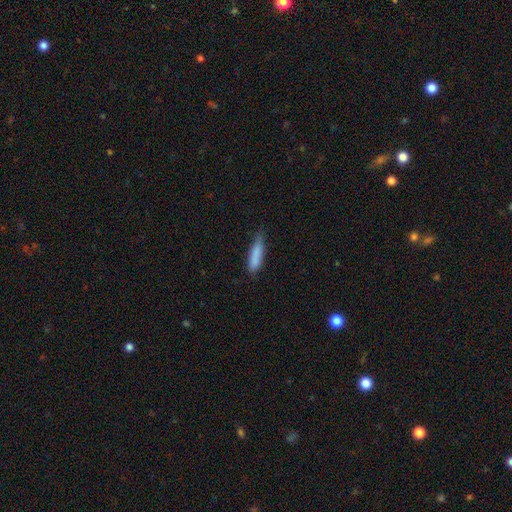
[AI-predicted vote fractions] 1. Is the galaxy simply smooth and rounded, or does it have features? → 85% smooth, 9% featured or disk, 7% star or artifact.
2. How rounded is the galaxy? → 70% cigar-shaped, 29% in between, 2% round.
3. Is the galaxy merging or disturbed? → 62% none, 31% minor disturbance, 6% major disturbance, 2% merger.